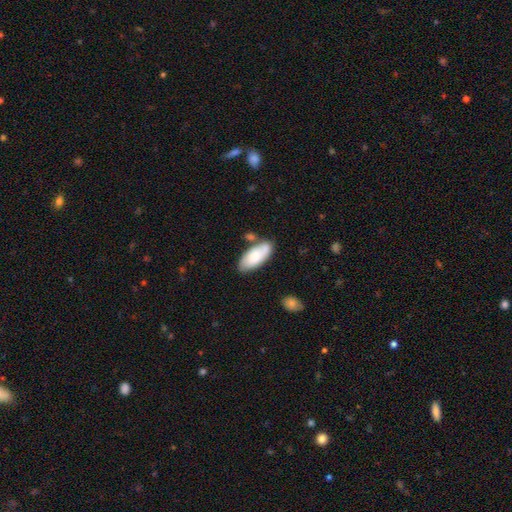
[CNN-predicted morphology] Overall: smooth (74%). How rounded: in between (87%). Merging: none (65%).